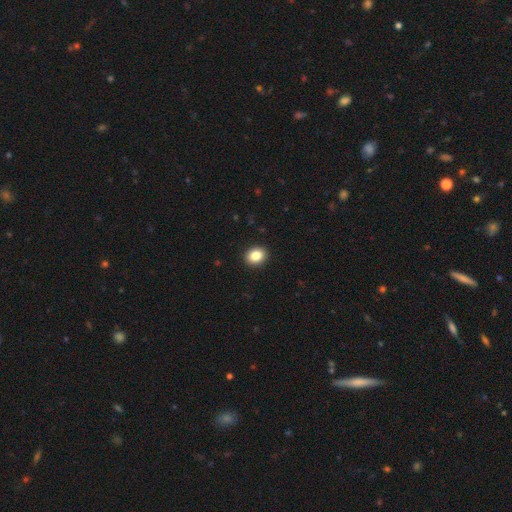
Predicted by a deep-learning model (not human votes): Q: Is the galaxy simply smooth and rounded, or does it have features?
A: smooth — 86%.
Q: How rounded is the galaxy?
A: round — 50%.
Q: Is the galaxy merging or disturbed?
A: none — 92%.